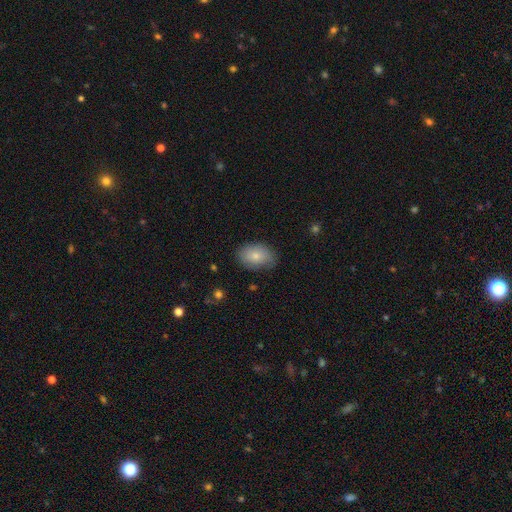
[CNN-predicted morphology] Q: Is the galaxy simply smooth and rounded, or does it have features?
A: smooth — 79%.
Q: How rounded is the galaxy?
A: in between — 84%.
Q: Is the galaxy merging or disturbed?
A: none — 74%.